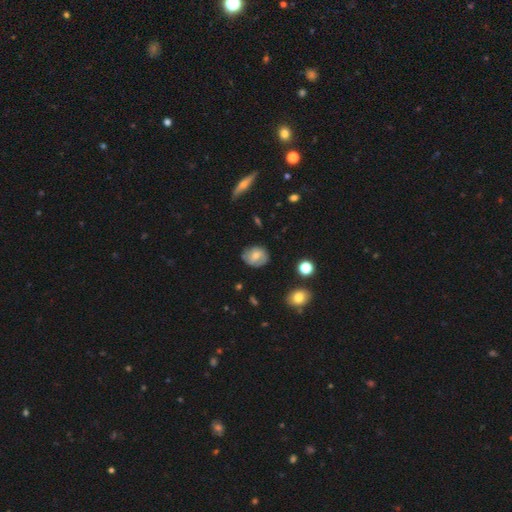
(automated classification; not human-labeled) This is possibly a smooth galaxy (55%). How rounded: possibly round (60%). Merging: likely none (74%).